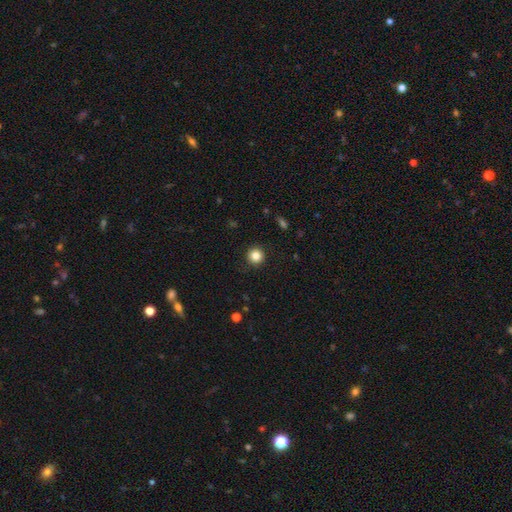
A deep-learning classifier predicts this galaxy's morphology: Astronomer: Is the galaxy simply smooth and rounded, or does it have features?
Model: smooth — 84%.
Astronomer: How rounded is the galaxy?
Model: round — 95%.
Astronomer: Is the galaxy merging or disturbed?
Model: none — 92%.